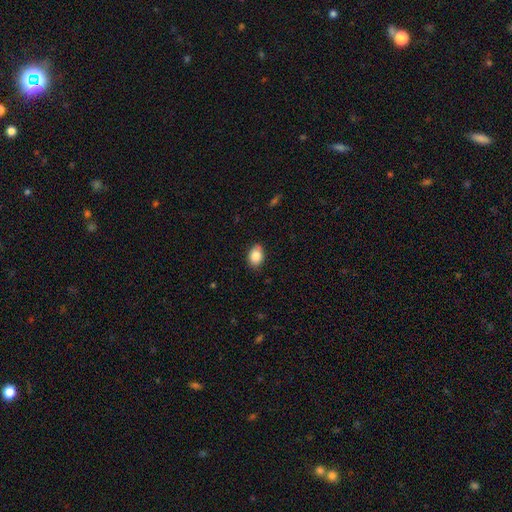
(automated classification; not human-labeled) A smooth galaxy with no disk features (87%) that is in between round and cigar-shaped (81%).

Vote fractions:
- Smooth or featured? smooth: 87% / star or artifact: 7% / featured or disk: 6%
- How rounded? in between: 81% / round: 18% / cigar-shaped: 1%
- Merging? none: 82% / minor disturbance: 15% / major disturbance: 2% / merger: 1%